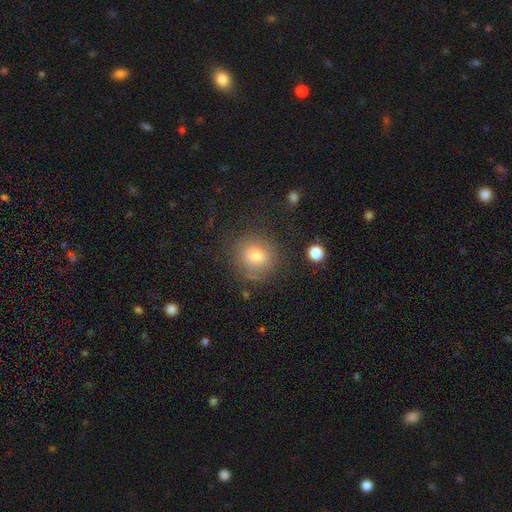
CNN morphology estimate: A smooth galaxy with no disk features (74%) that is round (83%). Merging: none (75%).